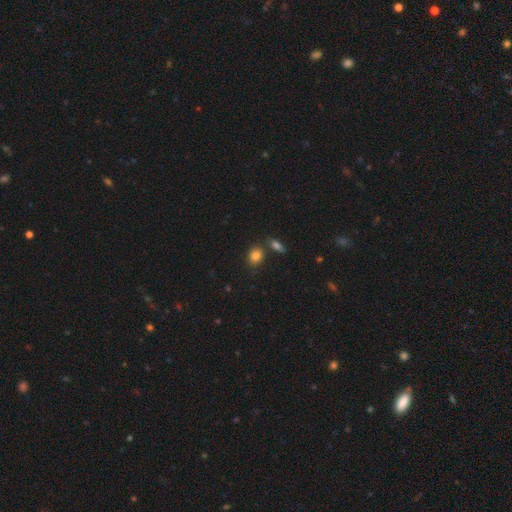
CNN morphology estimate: A smooth galaxy with no disk features (84%) that is in between round and cigar-shaped (52%).

Vote fractions:
- Smooth or featured? smooth: 84% / star or artifact: 10% / featured or disk: 6%
- How rounded? in between: 52% / round: 46% / cigar-shaped: 2%
- Merging? none: 70% / merger: 15% / minor disturbance: 12% / major disturbance: 3%